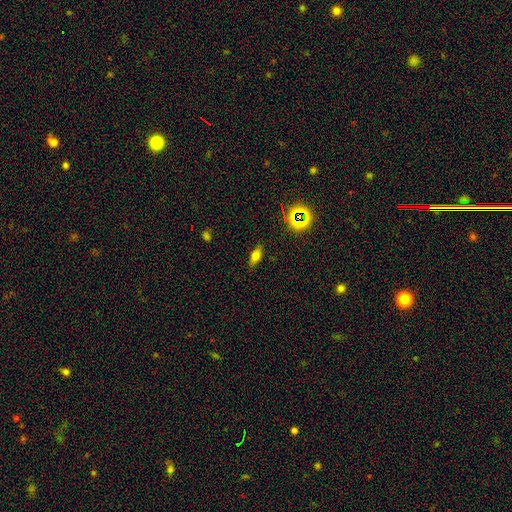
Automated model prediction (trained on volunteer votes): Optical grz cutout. It shows a smooth galaxy with no disk features (63%) that is in between round and cigar-shaped (72%). Merging: none (86%).